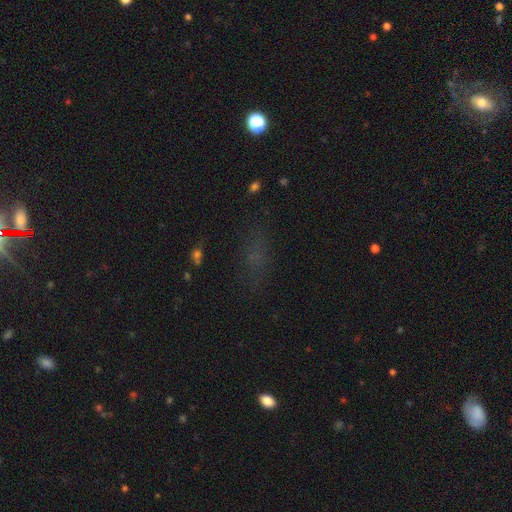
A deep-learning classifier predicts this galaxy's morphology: Smooth or featured? Predicted: smooth (p=0.46). Merging? Predicted: none (p=0.72).